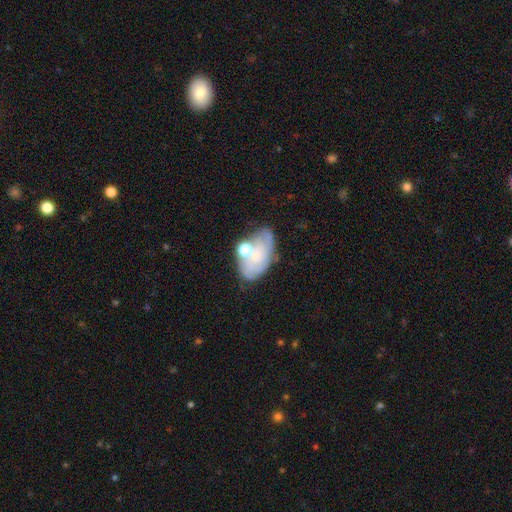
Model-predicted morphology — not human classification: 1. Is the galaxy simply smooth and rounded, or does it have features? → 55% featured or disk, 34% smooth, 12% star or artifact.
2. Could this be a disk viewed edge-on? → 95% no, 5% yes.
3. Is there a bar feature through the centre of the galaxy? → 81% no, 15% weak, 3% strong.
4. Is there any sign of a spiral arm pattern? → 62% yes, 38% no.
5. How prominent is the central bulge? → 56% small, 29% moderate, 10% none, 3% large, 2% dominant.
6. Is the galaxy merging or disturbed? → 51% none, 22% minor disturbance, 15% merger, 11% major disturbance.